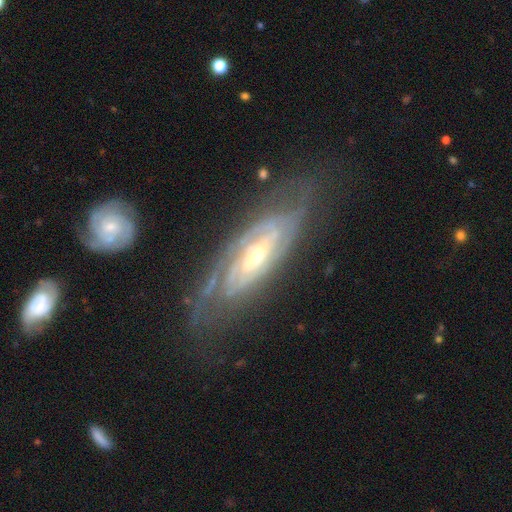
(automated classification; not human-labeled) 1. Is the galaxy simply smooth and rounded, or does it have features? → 87% featured or disk, 8% smooth, 5% star or artifact.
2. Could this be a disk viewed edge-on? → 85% no, 15% yes.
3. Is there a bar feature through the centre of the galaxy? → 41% no, 37% weak, 23% strong.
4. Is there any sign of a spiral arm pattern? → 93% yes, 7% no.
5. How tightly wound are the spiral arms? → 69% tight, 25% medium, 6% loose.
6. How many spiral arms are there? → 41% can't tell, 34% 2, 12% 3, 5% 4, 4% 1, 4% more than 4.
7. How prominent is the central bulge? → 49% moderate, 46% small, 3% large, 1% none, 1% dominant.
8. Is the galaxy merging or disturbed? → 67% none, 20% minor disturbance, 10% major disturbance, 3% merger.